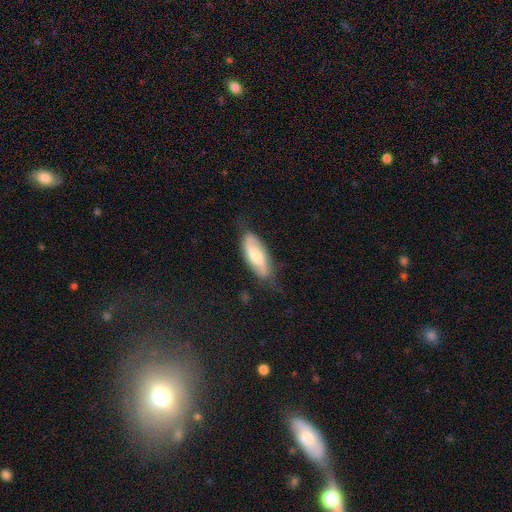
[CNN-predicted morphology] Smooth or featured: featured or disk — 56% (smooth — 38%)
Edge-on disk: no — 86% (yes — 14%)
Merging: none — 69% (minor disturbance — 23%)